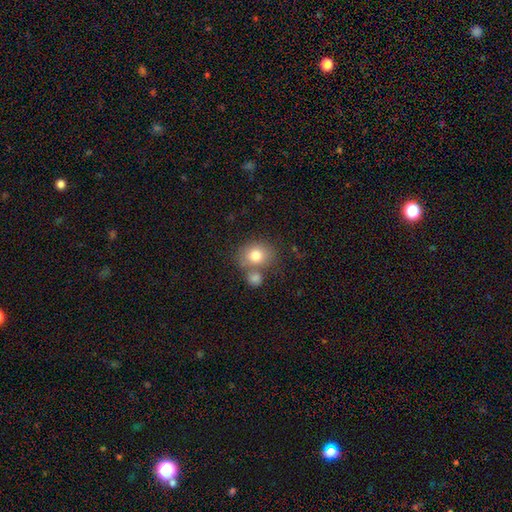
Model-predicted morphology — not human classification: Smooth or featured? smooth (79%)
How rounded? round (66%)
Merging? none (56%)